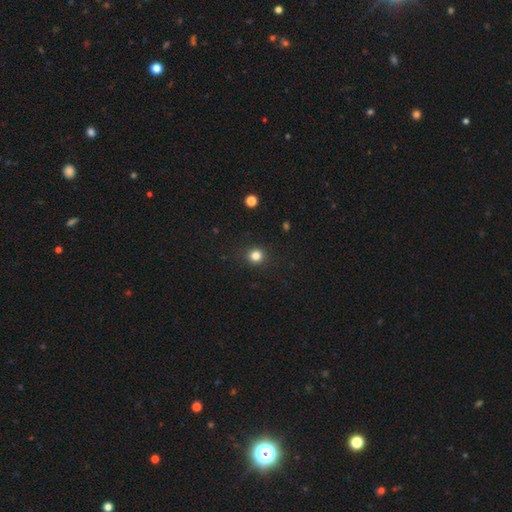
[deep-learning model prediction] A smooth galaxy with no disk features (82%) that is round (92%).

Vote fractions:
- Smooth or featured? smooth: 82% / star or artifact: 13% / featured or disk: 5%
- How rounded? round: 92% / in between: 7% / cigar-shaped: 1%
- Merging? none: 91% / minor disturbance: 6% / major disturbance: 2% / merger: 1%